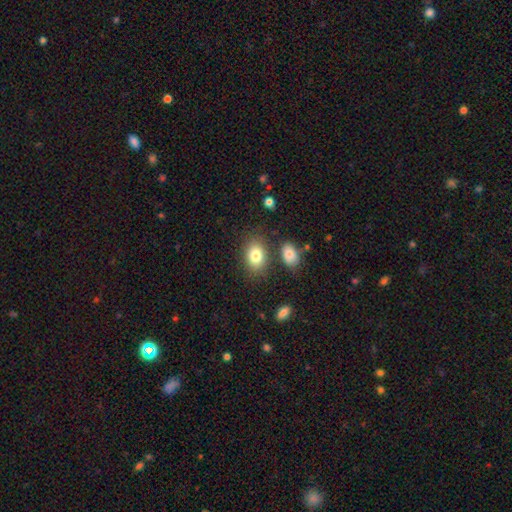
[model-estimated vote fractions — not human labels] A smooth galaxy with no disk features (81%) that is in between round and cigar-shaped (78%). Merging: none (76%).